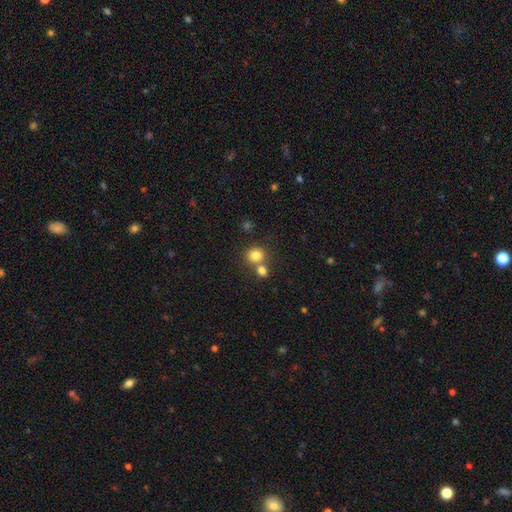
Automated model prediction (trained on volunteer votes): Morphology: type=smooth (81%); roundness=round (85%); merging=none (57%).